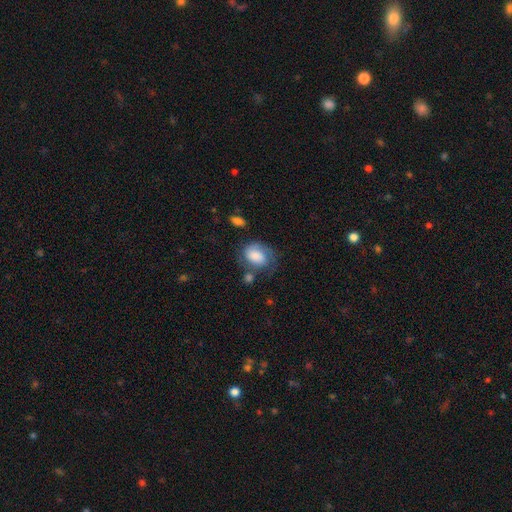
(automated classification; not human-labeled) A smooth galaxy with no disk features (63%) that is in between round and cigar-shaped (72%). Merging: none (44%).